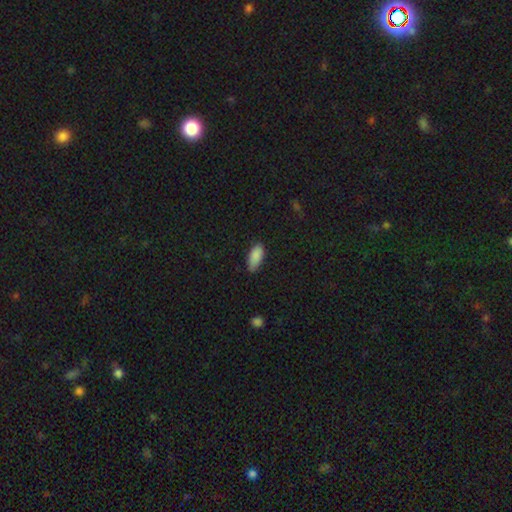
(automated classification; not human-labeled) Overall: smooth (88%). How rounded: in between (88%). Merging: none (72%).